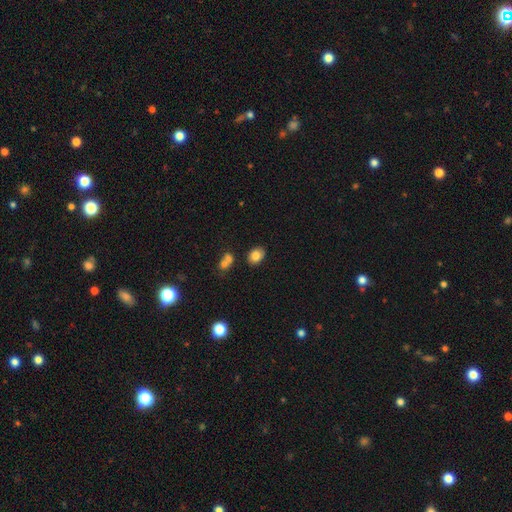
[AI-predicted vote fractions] The model was most divided on "how rounded": in between: 66%, round: 33%, cigar-shaped: 1%. More confident: smooth or featured — smooth (81%); merging — none (77%).